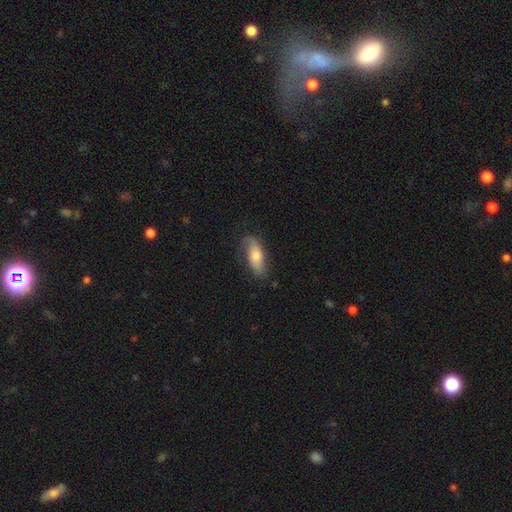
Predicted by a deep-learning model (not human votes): smooth_or_featured: smooth (p=0.56) [alt: featured or disk p=0.37]
how_rounded: in between (p=0.76) [alt: cigar-shaped p=0.21]
merging: none (p=0.69) [alt: minor disturbance p=0.22]